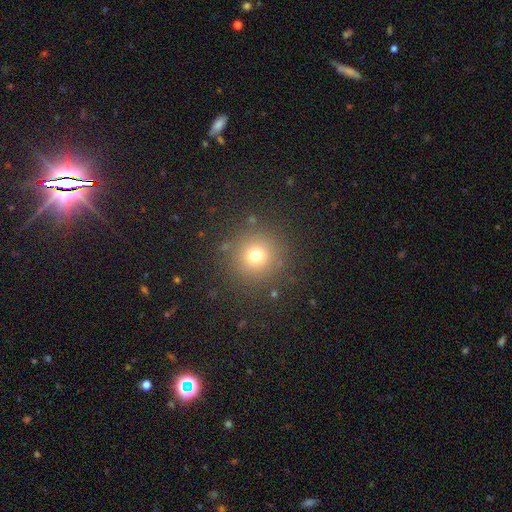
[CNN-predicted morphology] This appears to be a smooth galaxy with no disk features (71%) that is round (94%). Merging: none (86%).